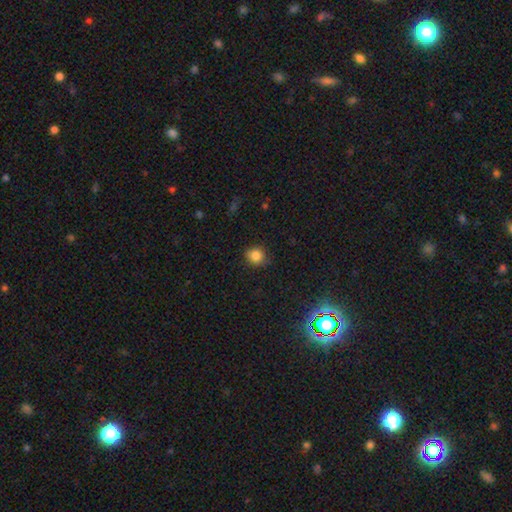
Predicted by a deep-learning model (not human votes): The model was most divided on "how rounded": round: 81%, in between: 18%, cigar-shaped: 1%. More confident: smooth or featured — smooth (84%); merging — none (82%).